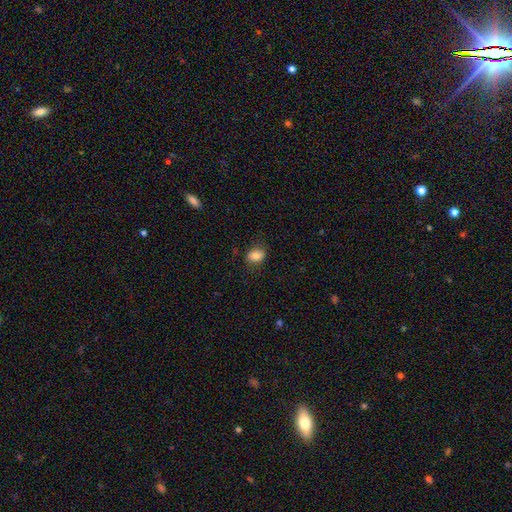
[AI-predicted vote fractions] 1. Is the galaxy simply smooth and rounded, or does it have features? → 80% smooth, 11% featured or disk, 9% star or artifact.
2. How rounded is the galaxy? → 71% in between, 28% round, 1% cigar-shaped.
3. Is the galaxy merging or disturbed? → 76% none, 18% minor disturbance, 5% major disturbance, 1% merger.